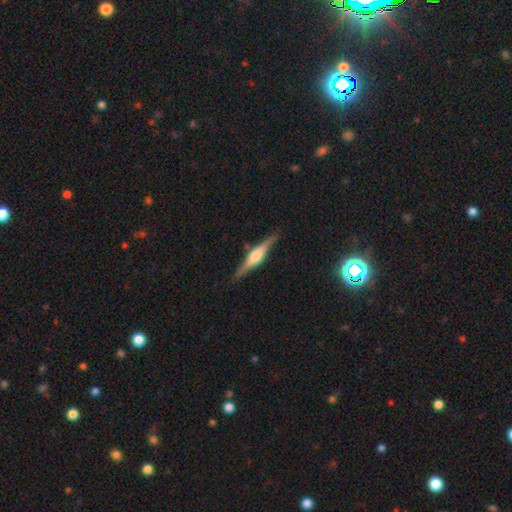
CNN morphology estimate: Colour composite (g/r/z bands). It shows a featured or disk galaxy (71%) viewed edge-on (97%) with a rounded central bulge (77%). Merging: none (87%).